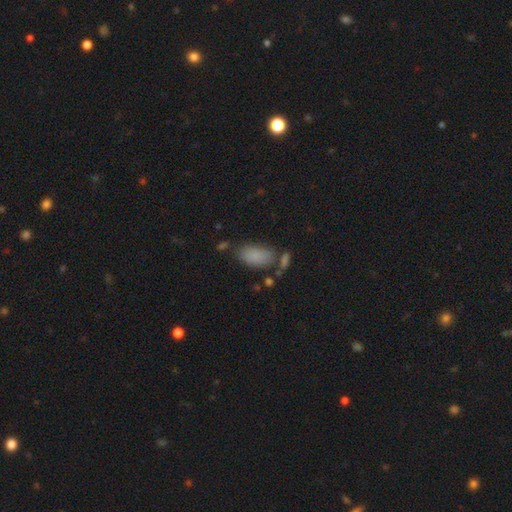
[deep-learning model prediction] smooth_or_featured: smooth (p=0.84) [alt: star or artifact p=0.10]
how_rounded: in between (p=0.92) [alt: cigar-shaped p=0.05]
merging: none (p=0.63) [alt: minor disturbance p=0.18]